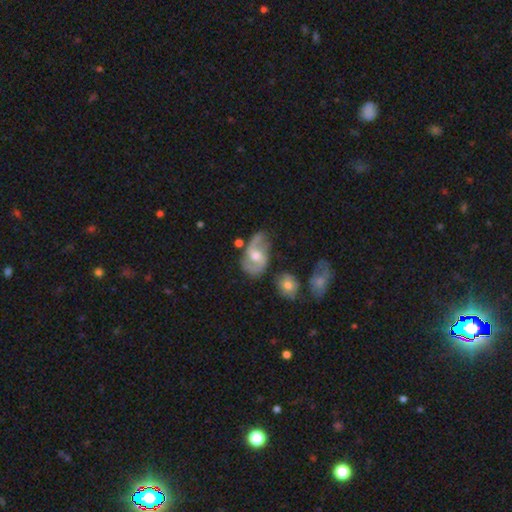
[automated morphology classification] The model was most divided on "spiral winding": loose: 45%, medium: 42%, tight: 13%. Remaining: edge-on disk — no (96%); spiral arms — yes (90%); spiral arm count — 2 (83%); smooth or featured — featured or disk (77%); bulge size — moderate (69%); merging — none (56%); bar — no (47%).